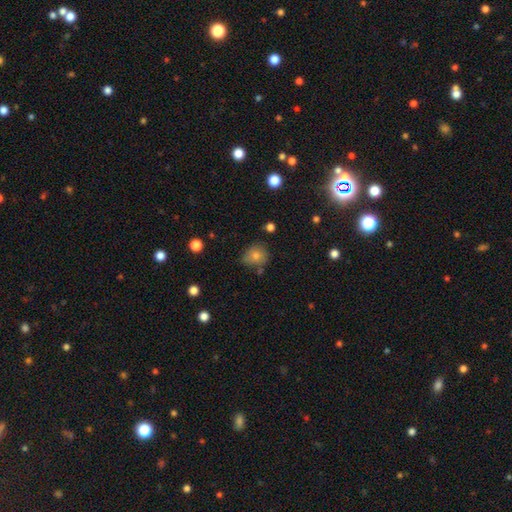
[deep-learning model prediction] Morphology: type=smooth (73%); roundness=round (75%); merging=none (70%).